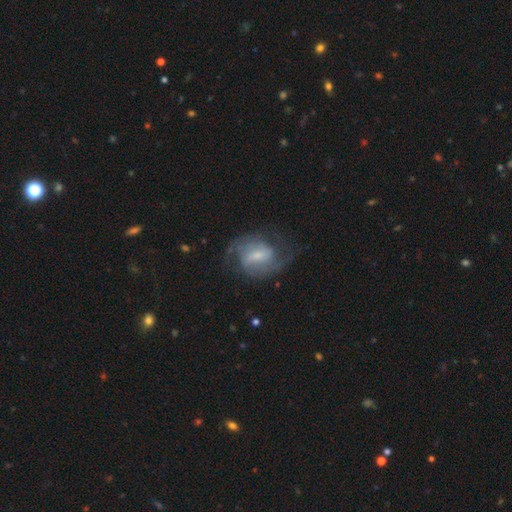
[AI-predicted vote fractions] Smooth or featured: featured or disk — 83% (smooth — 11%)
Edge-on disk: no — 97% (yes — 3%)
Bar: weak — 54% (strong — 23%)
Spiral arms: yes — 95% (no — 5%)
Spiral winding: medium — 53% (tight — 25%)
Spiral arm count: 2 — 80% (can't tell — 9%)
Bulge size: small — 52% (moderate — 31%)
Merging: none — 69% (minor disturbance — 17%)